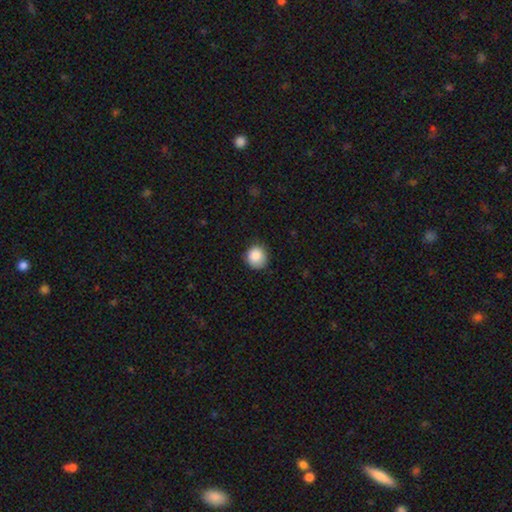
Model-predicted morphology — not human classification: smooth_or_featured: smooth (p=0.87) [alt: star or artifact p=0.09]
how_rounded: round (p=0.89) [alt: in between p=0.10]
merging: none (p=0.78) [alt: minor disturbance p=0.18]